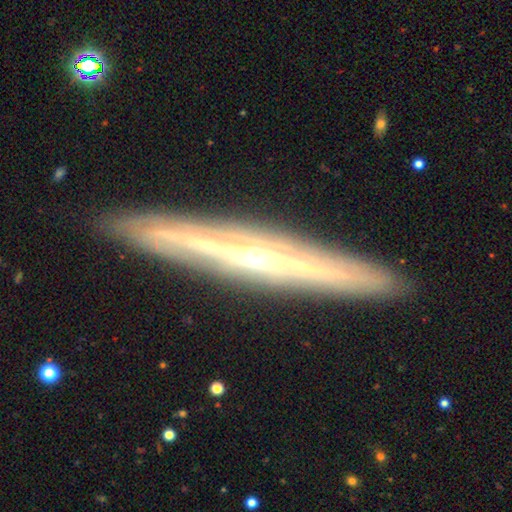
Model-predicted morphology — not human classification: A featured or disk galaxy (83%) viewed edge-on (95%) with a rounded central bulge (79%). Merging: none (90%).